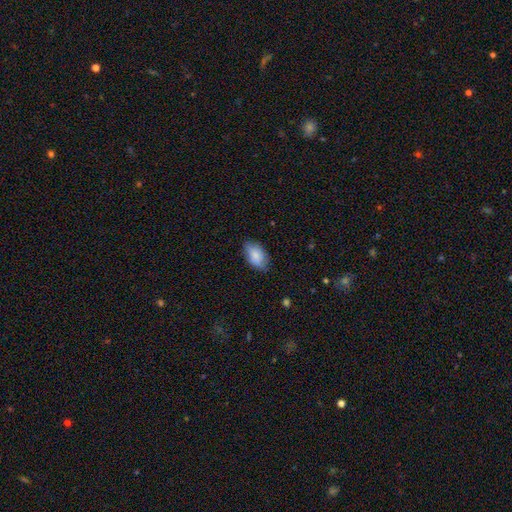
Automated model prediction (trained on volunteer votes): Smooth or featured? smooth (83%)
How rounded? in between (93%)
Merging? none (75%)